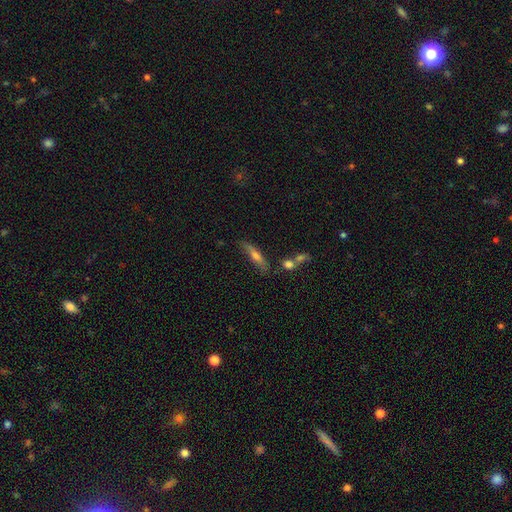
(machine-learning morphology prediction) Smooth or featured? Predicted: featured or disk (p=0.49). Merging? Predicted: none (p=0.69).